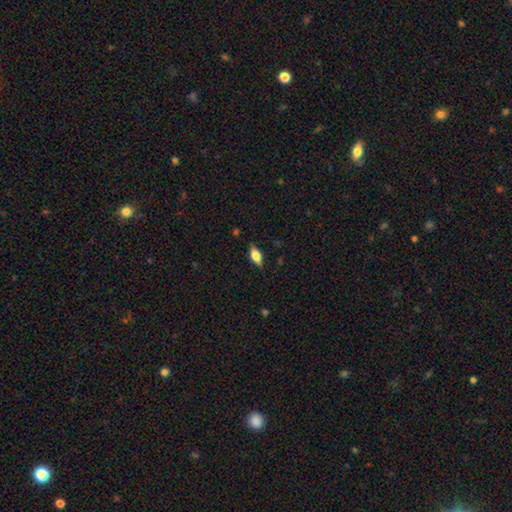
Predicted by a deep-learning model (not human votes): This is likely a smooth galaxy (64%). How rounded: clearly in between (80%). Merging: clearly none (83%).